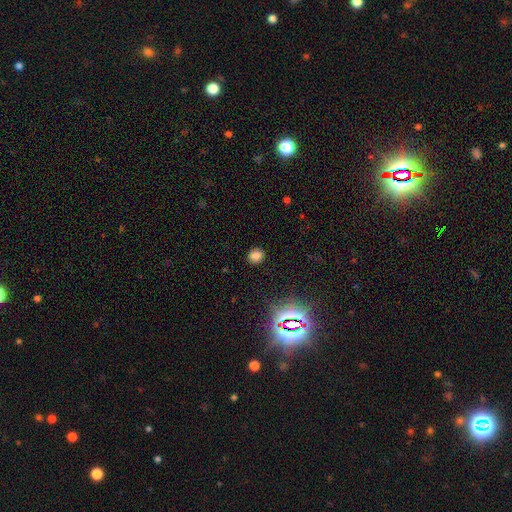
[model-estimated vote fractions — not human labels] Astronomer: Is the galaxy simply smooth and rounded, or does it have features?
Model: smooth — 75%.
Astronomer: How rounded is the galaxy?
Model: round — 62%.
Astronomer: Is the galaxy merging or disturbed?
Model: none — 89%.